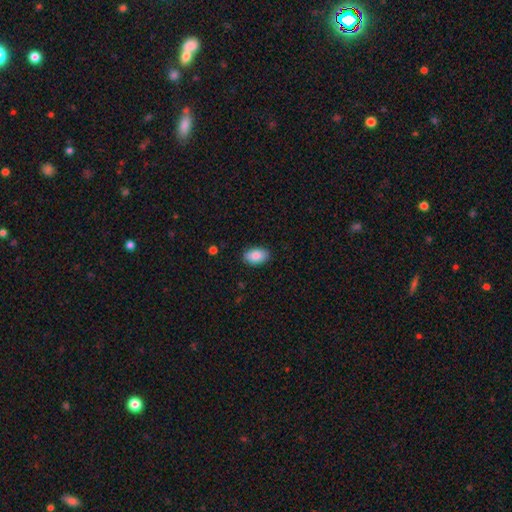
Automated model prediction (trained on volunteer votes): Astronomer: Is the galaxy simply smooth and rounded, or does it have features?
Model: smooth — 86%.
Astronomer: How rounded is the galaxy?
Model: in between — 91%.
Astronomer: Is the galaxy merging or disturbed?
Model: none — 88%.